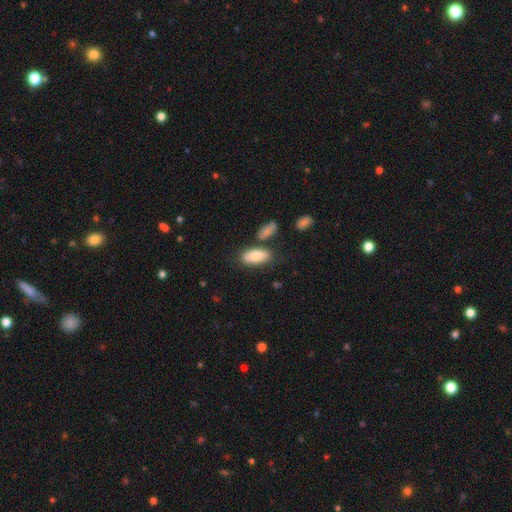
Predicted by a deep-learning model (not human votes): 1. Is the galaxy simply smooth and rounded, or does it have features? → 80% smooth, 13% featured or disk, 6% star or artifact.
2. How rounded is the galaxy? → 88% in between, 9% cigar-shaped, 3% round.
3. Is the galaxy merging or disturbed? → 71% none, 14% minor disturbance, 11% merger, 4% major disturbance.